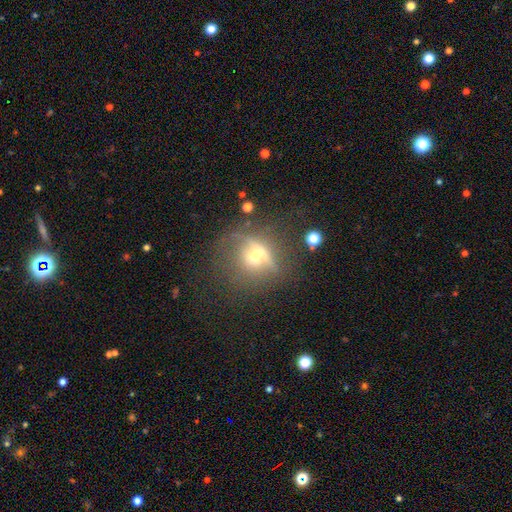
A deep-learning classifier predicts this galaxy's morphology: Smooth or featured? Predicted: featured or disk (p=0.45). Merging? Predicted: none (p=0.54).